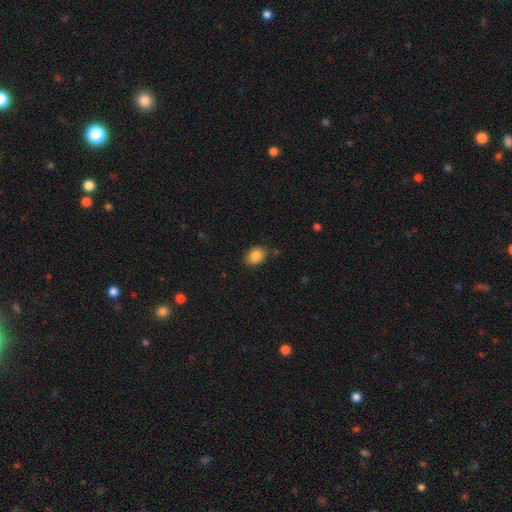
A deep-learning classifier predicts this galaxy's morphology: A smooth galaxy with no disk features (86%) that is in between round and cigar-shaped (70%).

Vote fractions:
- Smooth or featured? smooth: 86% / star or artifact: 8% / featured or disk: 6%
- How rounded? in between: 70% / round: 29% / cigar-shaped: 1%
- Merging? none: 81% / minor disturbance: 13% / major disturbance: 3% / merger: 2%